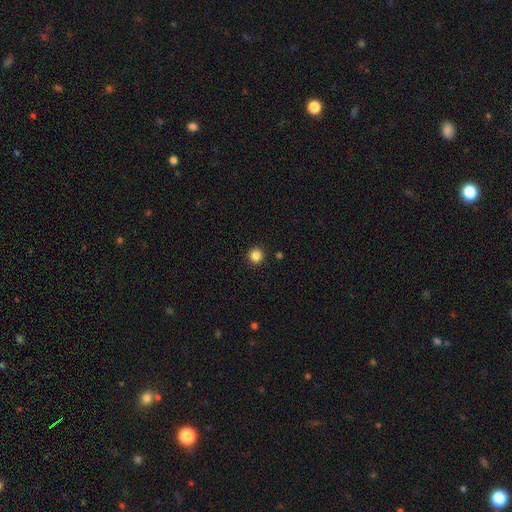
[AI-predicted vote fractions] This is clearly a smooth galaxy (86%). How rounded: clearly round (95%). Merging: clearly none (93%).